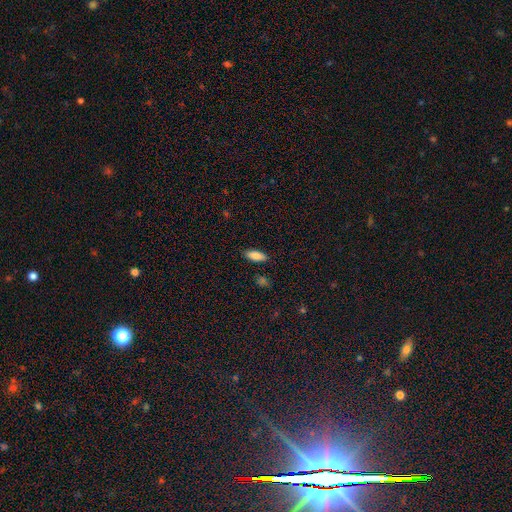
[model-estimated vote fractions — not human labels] Smooth or featured?
  - smooth: 85% *
  - star or artifact: 7%
  - featured or disk: 7%
How rounded?
  - in between: 78% *
  - cigar-shaped: 20%
  - round: 2%
Merging?
  - none: 86% *
  - minor disturbance: 10%
  - major disturbance: 2%
  - merger: 2%